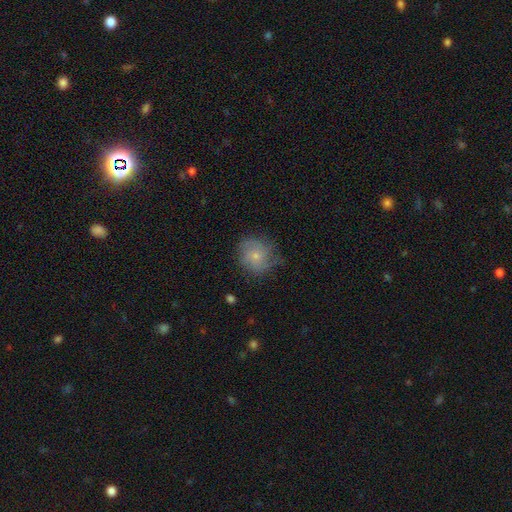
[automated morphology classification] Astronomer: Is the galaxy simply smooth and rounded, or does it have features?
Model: smooth — 61%.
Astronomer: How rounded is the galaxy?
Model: round — 83%.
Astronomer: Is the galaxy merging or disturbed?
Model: none — 64%.